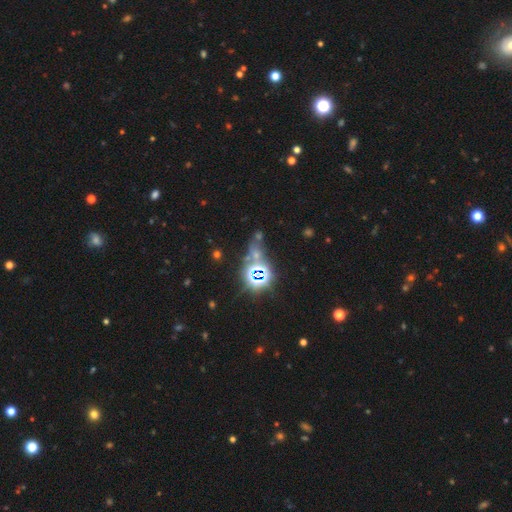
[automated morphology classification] Q: Smooth or featured?
A: star or artifact (61%); runner-up: smooth (28%)